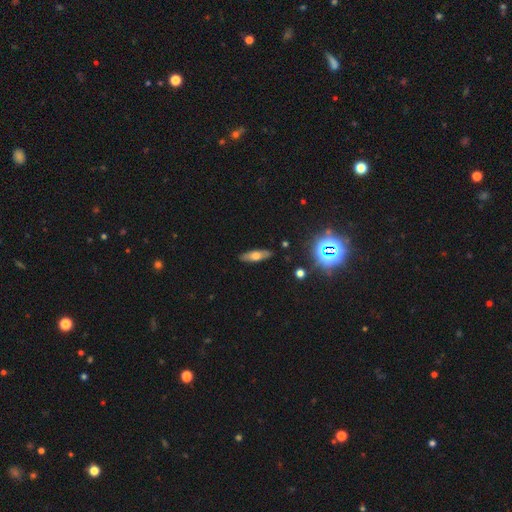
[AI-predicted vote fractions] Smooth or featured? smooth (53%)
How rounded? cigar-shaped (53%)
Merging? none (88%)